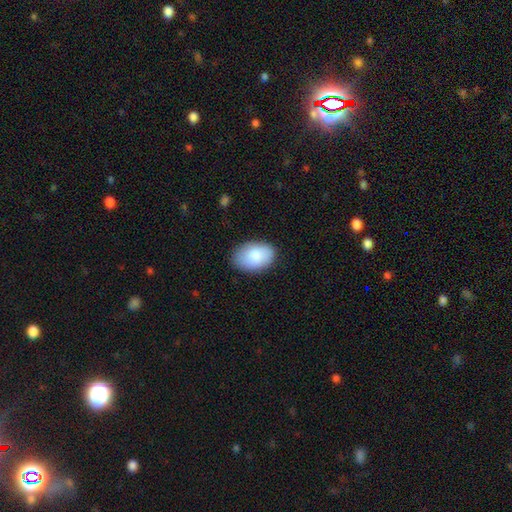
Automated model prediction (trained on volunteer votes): Smooth or featured? smooth (87%)
How rounded? in between (89%)
Merging? none (84%)